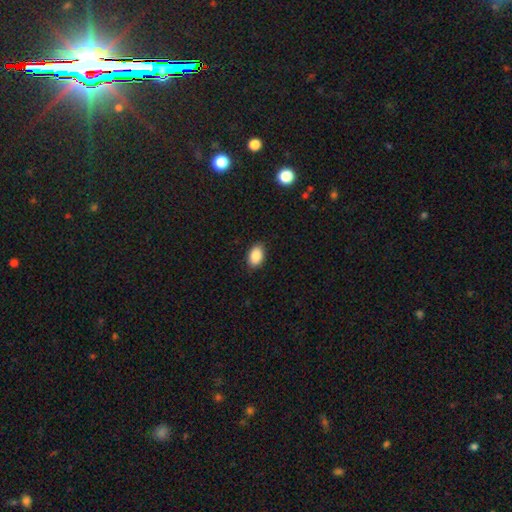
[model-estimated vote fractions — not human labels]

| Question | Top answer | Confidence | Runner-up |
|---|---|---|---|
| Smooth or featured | smooth | 89% | star or artifact (7%) |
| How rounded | in between | 89% | round (10%) |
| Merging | none | 87% | minor disturbance (9%) |